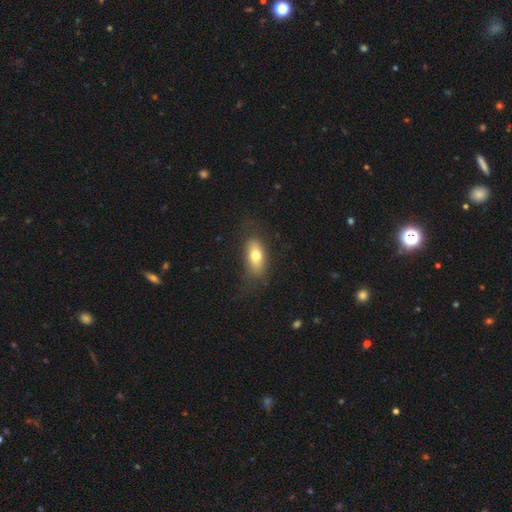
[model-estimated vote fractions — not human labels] smooth 73%, featured or disk 19%, star or artifact 8%. Down the decision tree: how rounded — in between (84%); merging — none (74%).